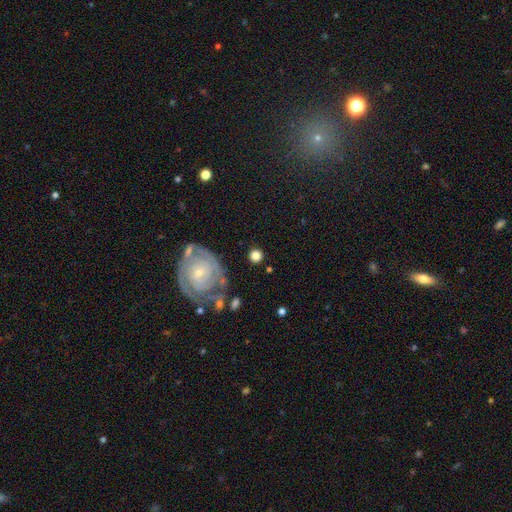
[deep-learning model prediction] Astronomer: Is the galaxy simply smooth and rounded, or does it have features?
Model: smooth — 64%.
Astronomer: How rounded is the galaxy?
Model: round — 88%.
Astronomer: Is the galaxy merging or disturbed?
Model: none — 80%.